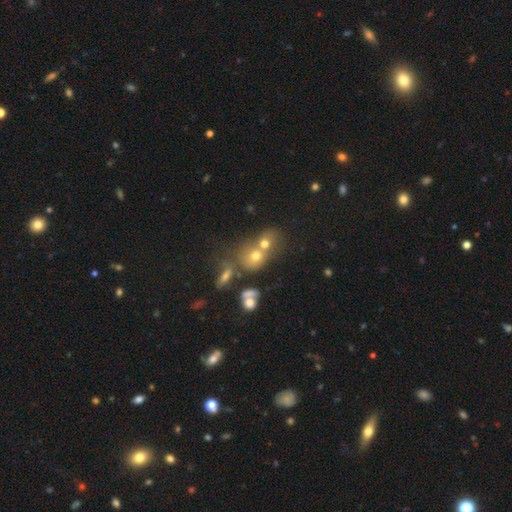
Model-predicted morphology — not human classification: Smooth or featured? Predicted: smooth (p=0.57). How rounded? Predicted: round (p=0.63). Merging? Predicted: merger (p=0.58).